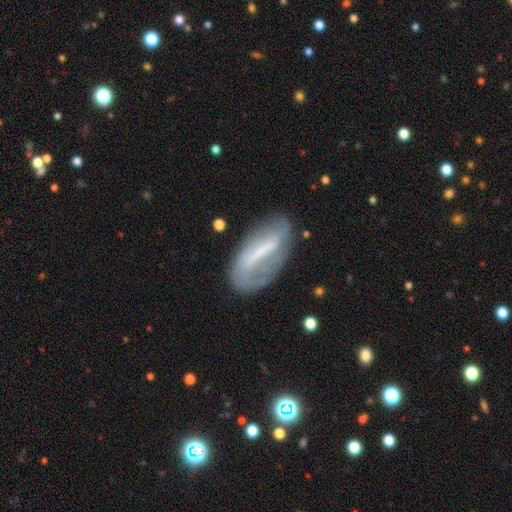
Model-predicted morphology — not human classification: The model was most divided on "smooth or featured": featured or disk: 57%, smooth: 34%, star or artifact: 9%. More confident: edge-on disk — no (80%); merging — none (64%).